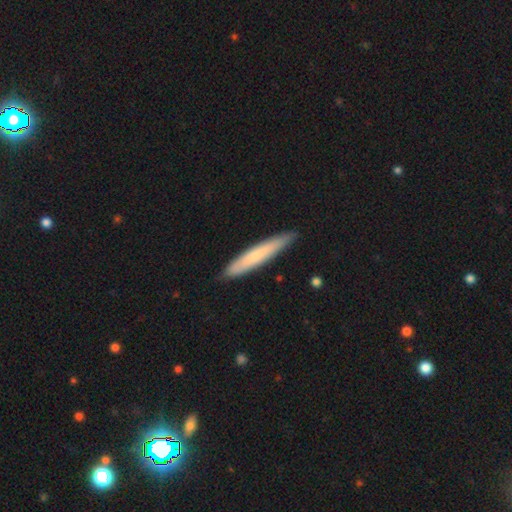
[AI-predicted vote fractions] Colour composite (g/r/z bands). It shows a smooth galaxy with no disk features (70%) that is cigar-shaped (93%). Merging: none (87%).